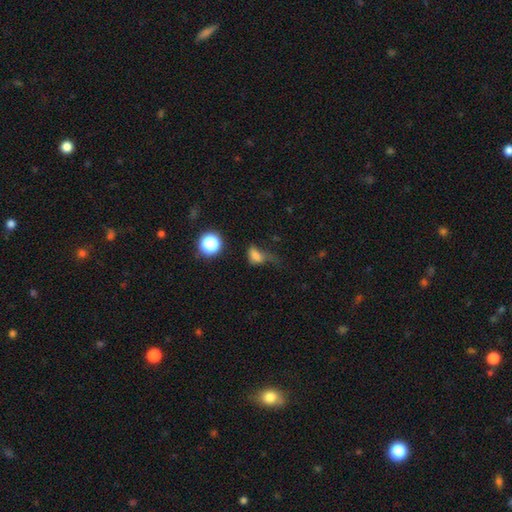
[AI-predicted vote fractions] smooth 70%, star or artifact 16%, featured or disk 14%. Down the decision tree: how rounded — in between (67%); merging — major disturbance (46%).